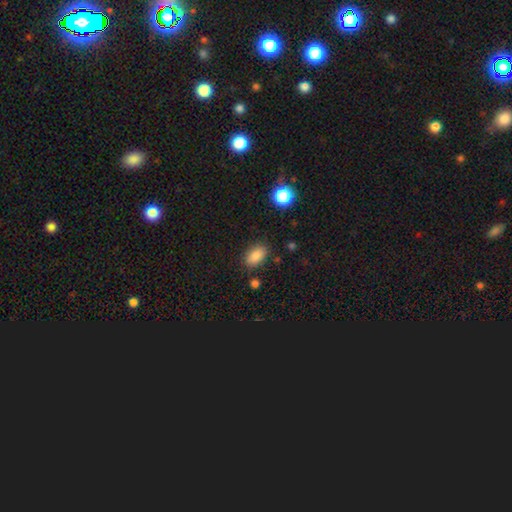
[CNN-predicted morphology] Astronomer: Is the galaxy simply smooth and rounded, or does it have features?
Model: smooth — 86%.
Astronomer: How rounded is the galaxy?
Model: in between — 90%.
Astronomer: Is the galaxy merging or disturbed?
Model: none — 83%.